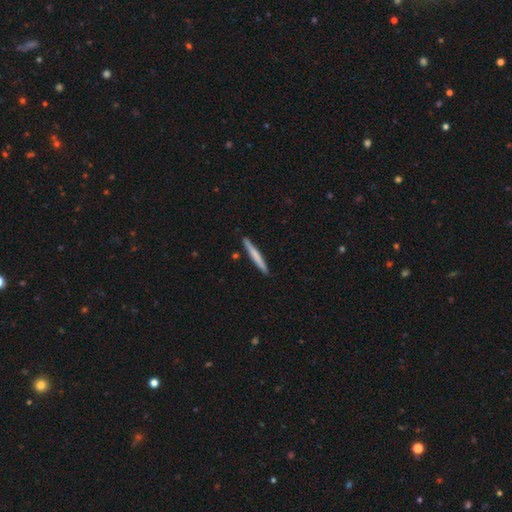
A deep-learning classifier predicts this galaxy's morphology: This appears to be a smooth galaxy with no disk features (66%) that is cigar-shaped (97%). Merging: none (90%).